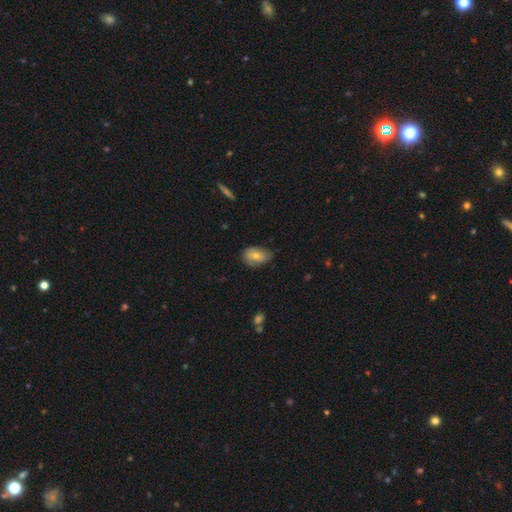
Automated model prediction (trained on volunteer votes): Morphology: type=smooth (69%); roundness=in between (84%); merging=none (56%).